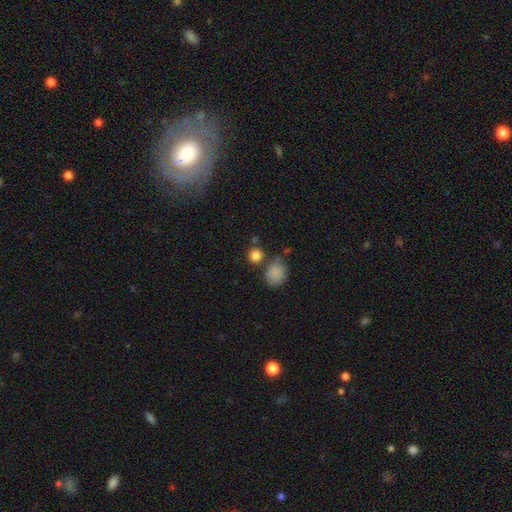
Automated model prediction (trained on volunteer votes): smooth_or_featured: smooth (p=0.83) [alt: star or artifact p=0.12]
how_rounded: round (p=0.85) [alt: in between p=0.14]
merging: none (p=0.71) [alt: merger p=0.15]